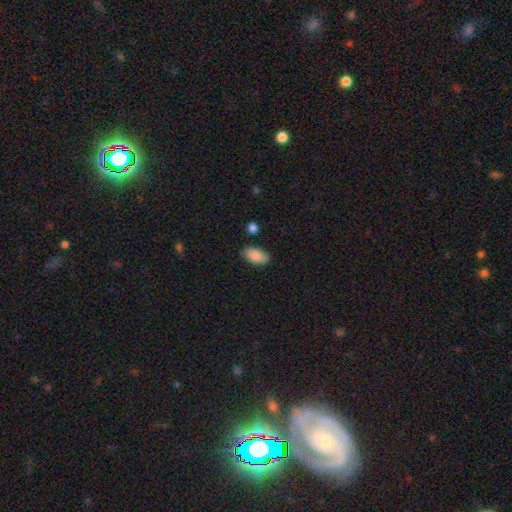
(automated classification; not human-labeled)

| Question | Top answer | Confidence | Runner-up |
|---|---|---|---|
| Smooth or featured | smooth | 88% | star or artifact (7%) |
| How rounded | in between | 93% | cigar-shaped (5%) |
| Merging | none | 81% | minor disturbance (13%) |